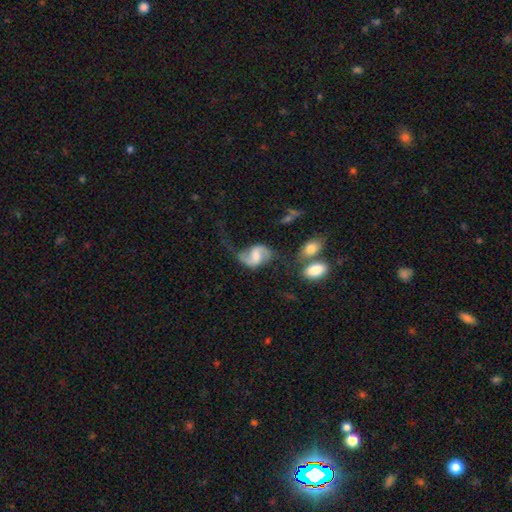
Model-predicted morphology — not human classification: The model was most divided on "bulge size": moderate: 42%, small: 22%, none: 18%, large: 16%, dominant: 2%. Remaining: edge-on disk — no (97%); spiral arms — yes (94%); spiral arm count — 2 (89%); smooth or featured — featured or disk (78%); spiral winding — loose (59%); bar — weak (50%); merging — none (48%).